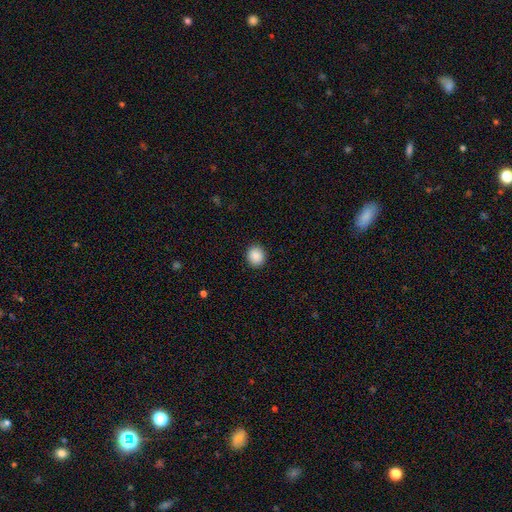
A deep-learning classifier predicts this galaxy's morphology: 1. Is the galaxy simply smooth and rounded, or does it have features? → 89% smooth, 8% star or artifact, 3% featured or disk.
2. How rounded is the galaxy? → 71% round, 28% in between, 1% cigar-shaped.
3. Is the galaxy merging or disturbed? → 91% none, 6% minor disturbance, 2% major disturbance, 1% merger.